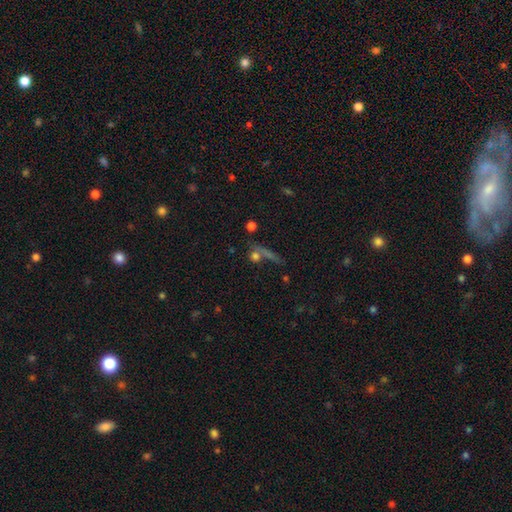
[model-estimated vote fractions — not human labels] Morphology: type=smooth (39%); merging=none (42%).